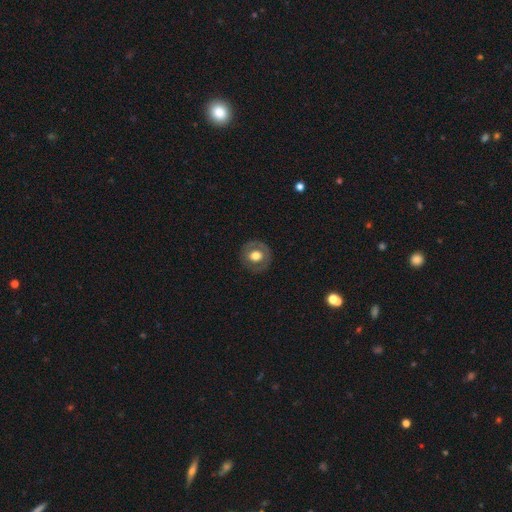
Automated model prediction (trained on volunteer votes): A smooth galaxy with no disk features (54%) that is round (88%). Merging: none (85%).